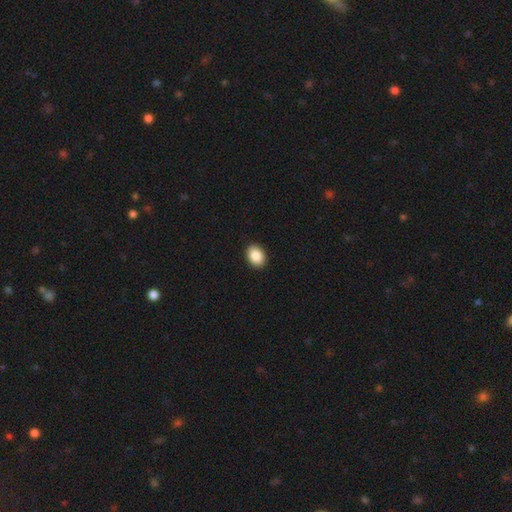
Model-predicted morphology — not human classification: A smooth galaxy with no disk features (89%) that is in between round and cigar-shaped (70%).

Vote fractions:
- Smooth or featured? smooth: 89% / star or artifact: 7% / featured or disk: 4%
- How rounded? in between: 70% / round: 29% / cigar-shaped: 1%
- Merging? none: 92% / minor disturbance: 6% / major disturbance: 2% / merger: 1%